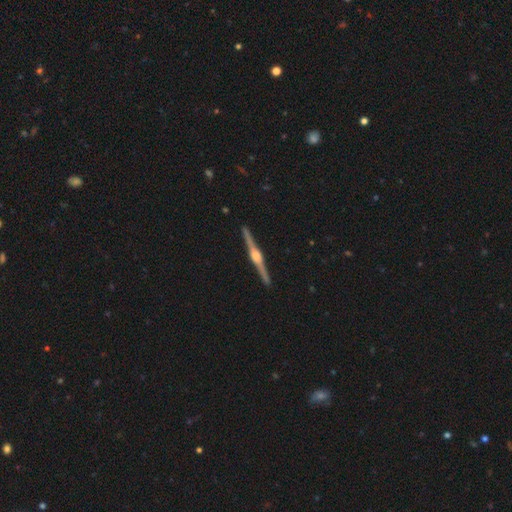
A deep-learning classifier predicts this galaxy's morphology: Smooth or featured? featured or disk (89%)
Edge-on disk? yes (99%)
Edge-on bulge? rounded (89%)
Merging? none (93%)